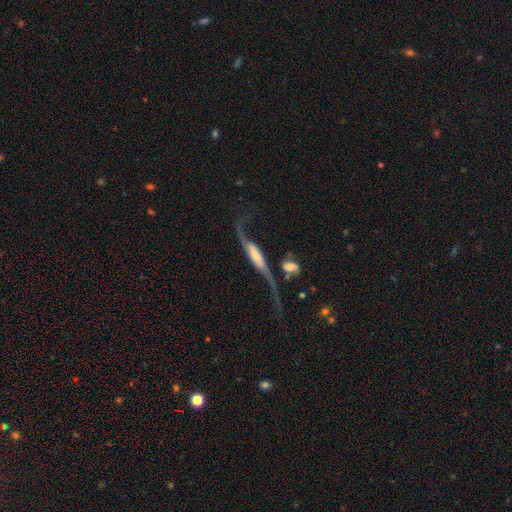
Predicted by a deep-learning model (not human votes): A featured or disk galaxy (76%) with a strong bar (40%), spiral arms (89%) and a moderate central bulge (26%). Merging: none (31%).